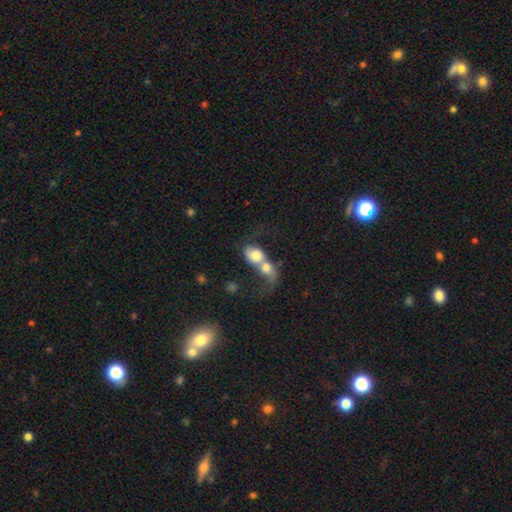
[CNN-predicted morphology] smooth_or_featured: smooth (p=0.62) [alt: featured or disk p=0.30]
how_rounded: in between (p=0.51) [alt: round p=0.46]
merging: merger (p=0.83) [alt: major disturbance p=0.07]